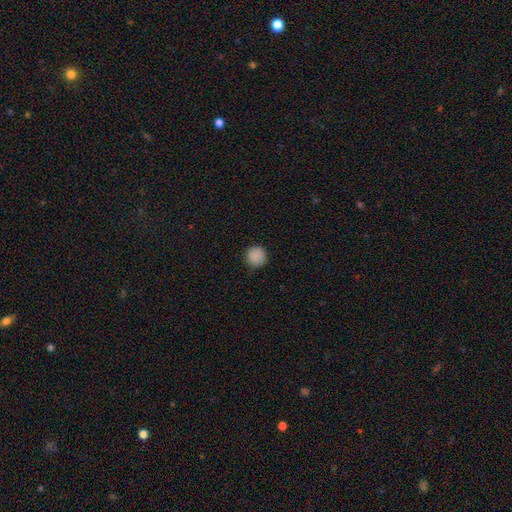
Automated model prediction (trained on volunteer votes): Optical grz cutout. It shows a smooth galaxy with no disk features (88%) that is round (93%). Merging: none (85%).